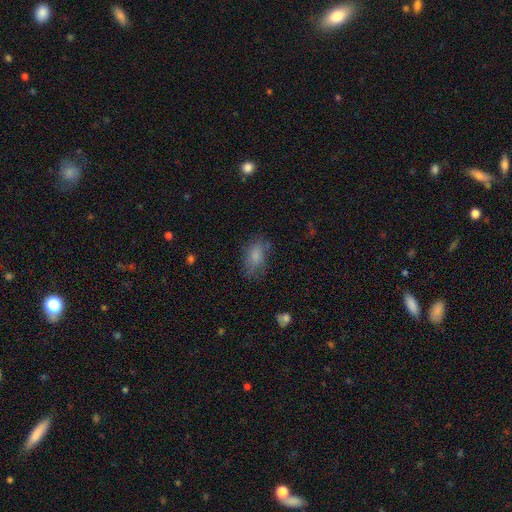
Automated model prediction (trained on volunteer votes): Morphology: type=smooth (76%); roundness=in between (86%); merging=none (58%).